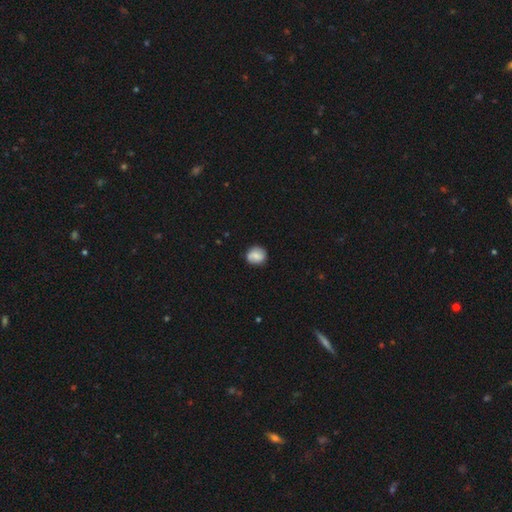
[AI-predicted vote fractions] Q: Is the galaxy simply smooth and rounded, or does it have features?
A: smooth — 68%.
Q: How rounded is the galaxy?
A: round — 80%.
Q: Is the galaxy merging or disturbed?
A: none — 83%.